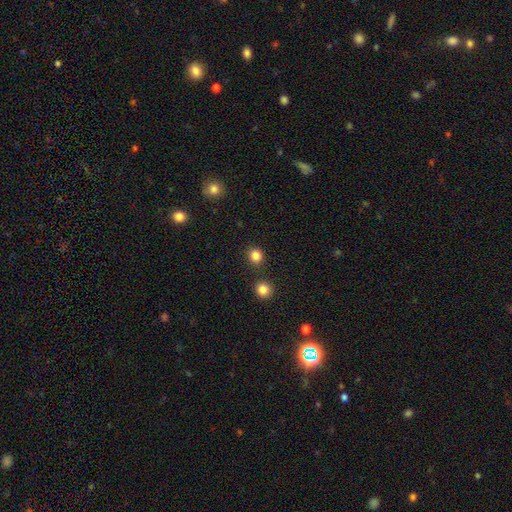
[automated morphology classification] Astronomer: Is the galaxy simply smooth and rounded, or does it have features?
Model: smooth — 84%.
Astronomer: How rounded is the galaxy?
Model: round — 80%.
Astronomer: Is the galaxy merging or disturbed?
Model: none — 85%.